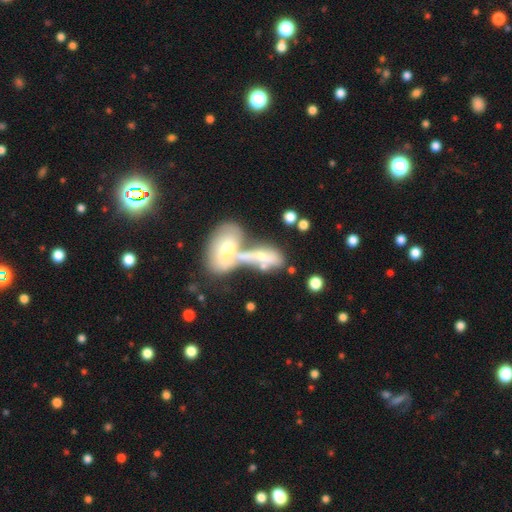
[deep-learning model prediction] smooth_or_featured: featured or disk (p=0.47) [alt: smooth p=0.40]
merging: merger (p=0.66) [alt: none p=0.23]